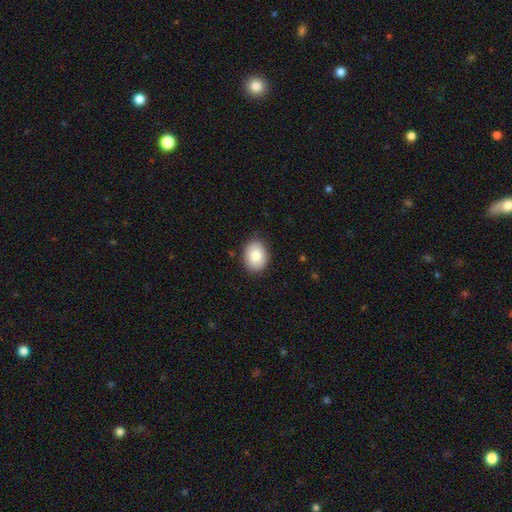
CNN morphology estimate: smooth 83%, featured or disk 10%, star or artifact 7%. Down the decision tree: how rounded — in between (58%); merging — none (87%).